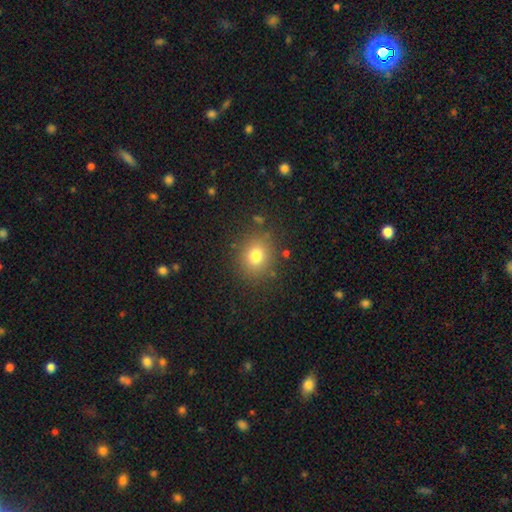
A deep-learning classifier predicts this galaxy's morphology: The model was most divided on "how rounded": round: 74%, in between: 25%, cigar-shaped: 1%. More confident: merging — none (85%); smooth or featured — smooth (77%).